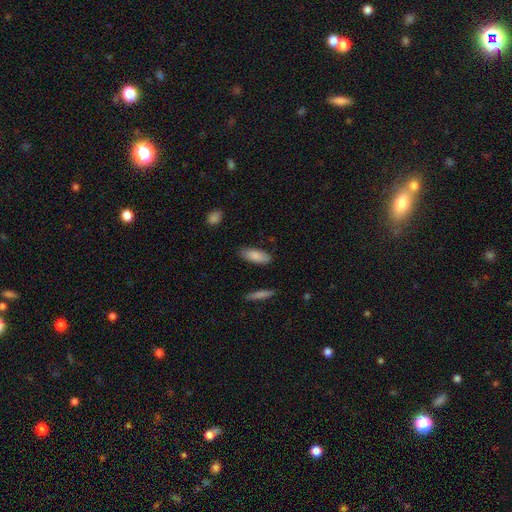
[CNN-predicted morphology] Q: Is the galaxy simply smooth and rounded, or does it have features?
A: smooth — 86%.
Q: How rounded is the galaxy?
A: in between — 78%.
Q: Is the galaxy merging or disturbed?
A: none — 83%.